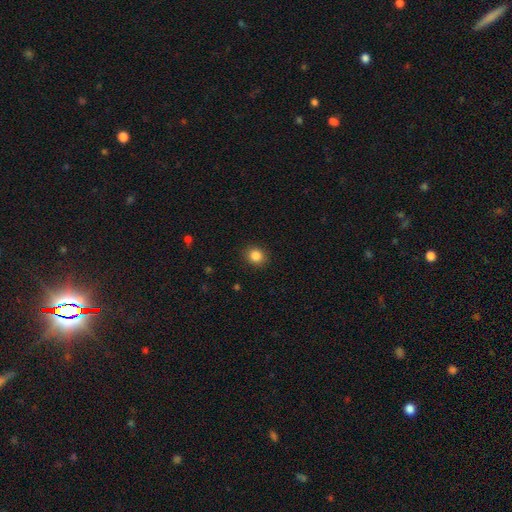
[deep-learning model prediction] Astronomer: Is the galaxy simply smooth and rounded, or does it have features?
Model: smooth — 85%.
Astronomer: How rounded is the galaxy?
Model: round — 78%.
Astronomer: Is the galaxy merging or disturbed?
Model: none — 90%.